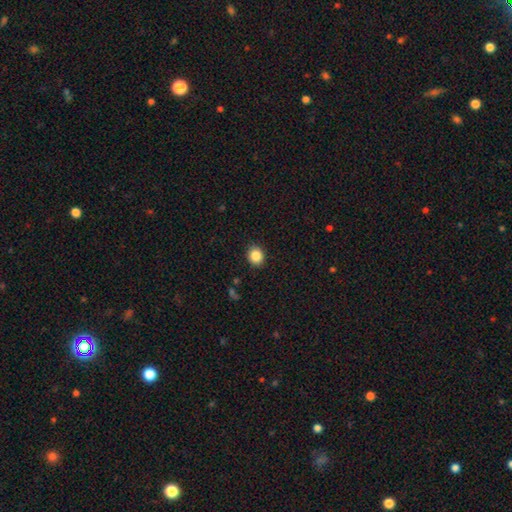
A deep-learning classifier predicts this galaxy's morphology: smooth-or-featured: smooth: 86% | star or artifact: 9% | featured or disk: 5%
  how-rounded: round: 68% | in between: 31% | cigar-shaped: 1%
  merging: none: 90% | minor disturbance: 7% | major disturbance: 2% | merger: 1%